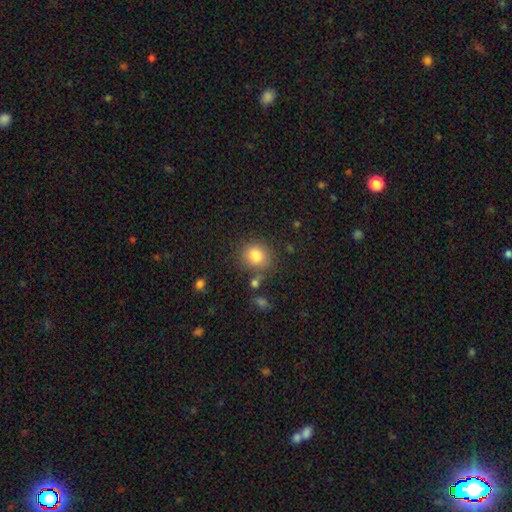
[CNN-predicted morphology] Smooth or featured: smooth — 83% (star or artifact — 10%)
How rounded: round — 79% (in between — 20%)
Merging: none — 76% (minor disturbance — 13%)